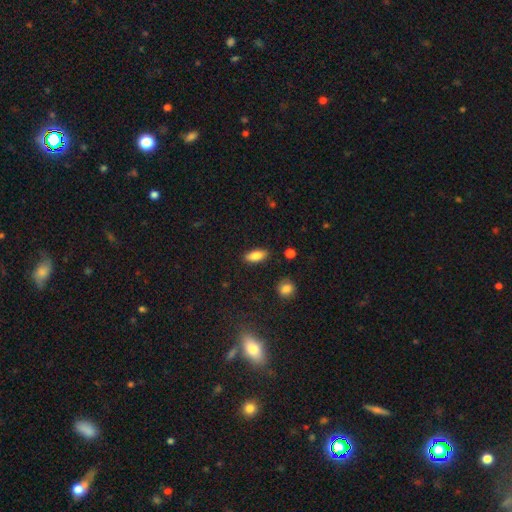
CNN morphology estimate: Smooth or featured?
  - smooth: 84% *
  - featured or disk: 9%
  - star or artifact: 7%
How rounded?
  - in between: 83% *
  - cigar-shaped: 14%
  - round: 3%
Merging?
  - none: 87% *
  - minor disturbance: 9%
  - major disturbance: 2%
  - merger: 2%